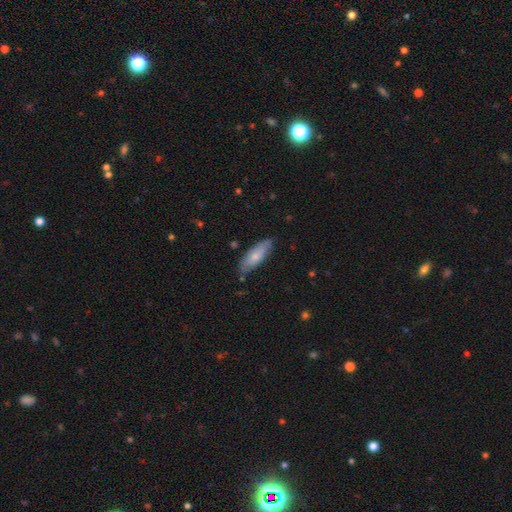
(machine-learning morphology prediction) This appears to be a smooth galaxy with no disk features (67%) that is in between round and cigar-shaped (64%). Merging: none (74%).